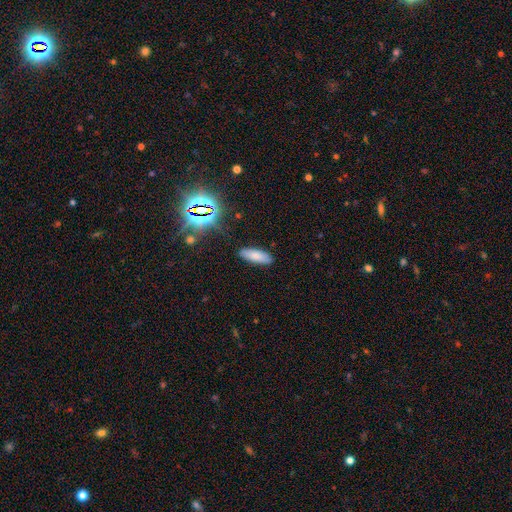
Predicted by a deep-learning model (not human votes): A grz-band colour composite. It shows a smooth galaxy with no disk features (79%) that is in between round and cigar-shaped (62%). Merging: none (86%).